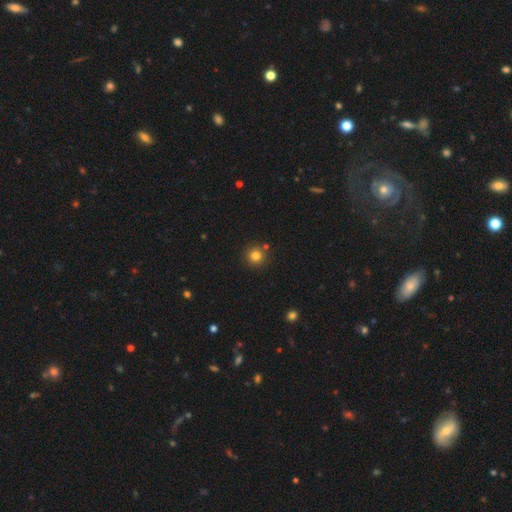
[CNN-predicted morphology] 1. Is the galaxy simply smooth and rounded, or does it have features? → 81% smooth, 13% star or artifact, 6% featured or disk.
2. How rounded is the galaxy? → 95% round, 4% in between, 1% cigar-shaped.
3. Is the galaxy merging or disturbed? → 85% none, 7% minor disturbance, 7% merger, 2% major disturbance.